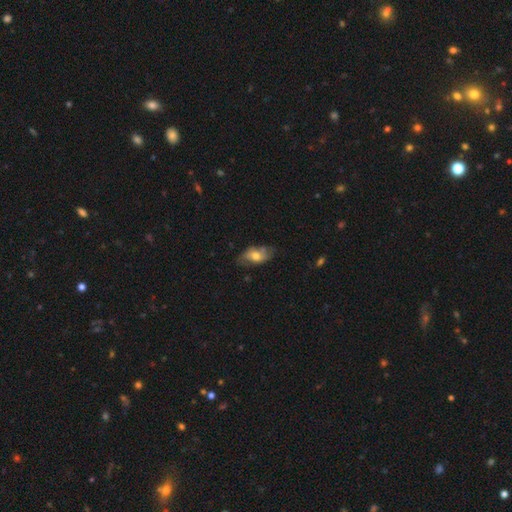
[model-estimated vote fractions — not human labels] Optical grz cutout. It shows a smooth galaxy with no disk features (52%) that is in between round and cigar-shaped (89%). Merging: none (57%).